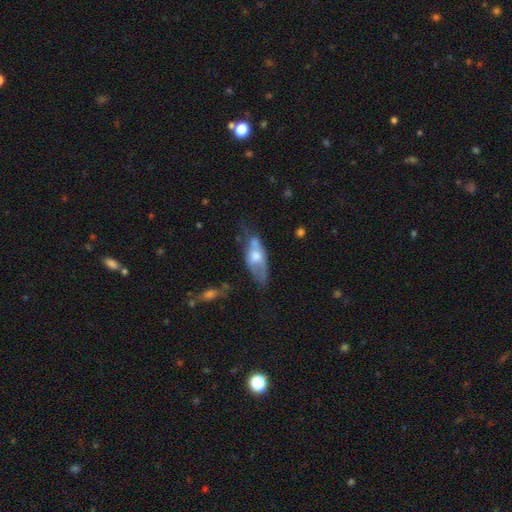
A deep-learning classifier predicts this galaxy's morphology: Smooth or featured: smooth — 49% (featured or disk — 45%)
Merging: none — 36% (minor disturbance — 32%)